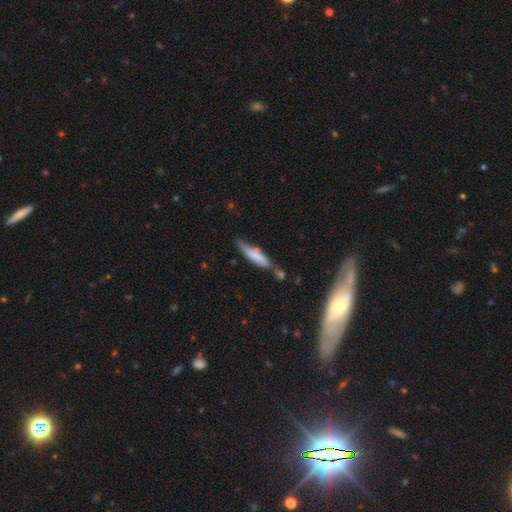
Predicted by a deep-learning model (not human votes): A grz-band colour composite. It shows a smooth galaxy with no disk features (69%) that is cigar-shaped (78%). Merging: none (49%).